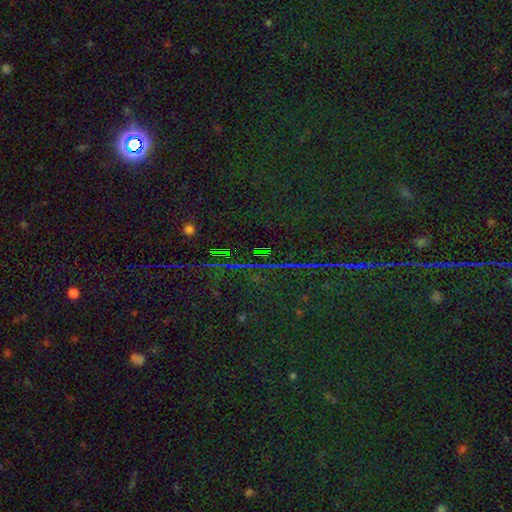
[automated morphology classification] Overall: star or artifact (83%).